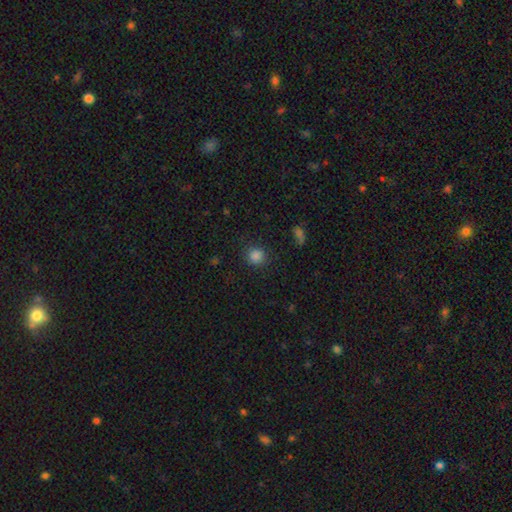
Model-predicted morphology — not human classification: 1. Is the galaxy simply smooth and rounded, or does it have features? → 85% smooth, 12% star or artifact, 4% featured or disk.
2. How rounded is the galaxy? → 90% round, 9% in between, 1% cigar-shaped.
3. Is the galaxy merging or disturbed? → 88% none, 7% minor disturbance, 3% major disturbance, 2% merger.